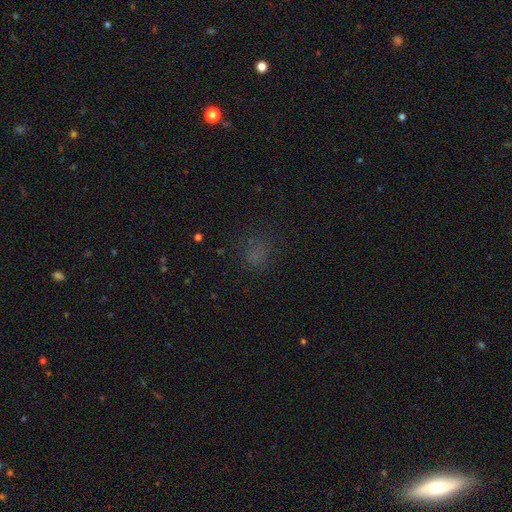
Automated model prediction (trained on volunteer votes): A smooth galaxy with no disk features (60%) that is round (74%). Merging: none (76%).